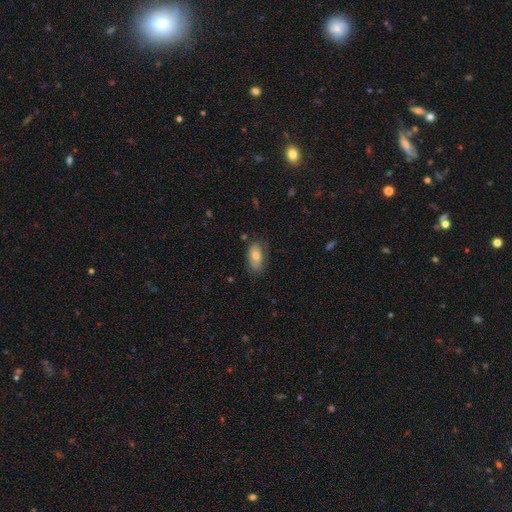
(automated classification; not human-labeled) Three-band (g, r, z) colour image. It shows a smooth galaxy with no disk features (71%) that is in between round and cigar-shaped (90%). Merging: none (67%).